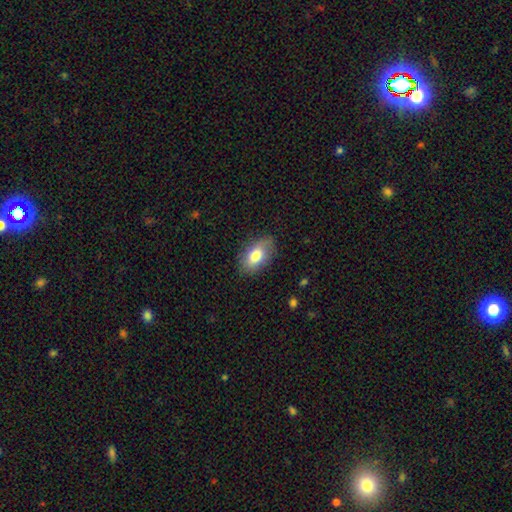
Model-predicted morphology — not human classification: smooth-or-featured: smooth: 75% | featured or disk: 17% | star or artifact: 7%
  how-rounded: in between: 91% | round: 6% | cigar-shaped: 3%
  merging: none: 81% | minor disturbance: 14% | major disturbance: 3% | merger: 1%